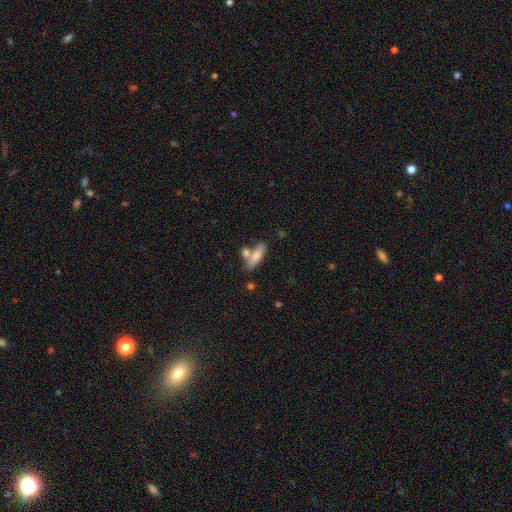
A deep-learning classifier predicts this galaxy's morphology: Smooth or featured?
  - smooth: 76% *
  - featured or disk: 17%
  - star or artifact: 7%
How rounded?
  - in between: 59% *
  - cigar-shaped: 38%
  - round: 3%
Merging?
  - none: 55% *
  - merger: 28%
  - minor disturbance: 13%
  - major disturbance: 4%